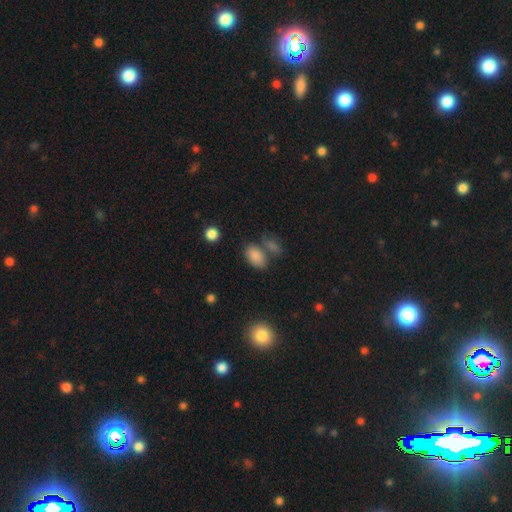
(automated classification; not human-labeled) A smooth galaxy with no disk features (84%) that is in between round and cigar-shaped (90%). Merging: none (59%).